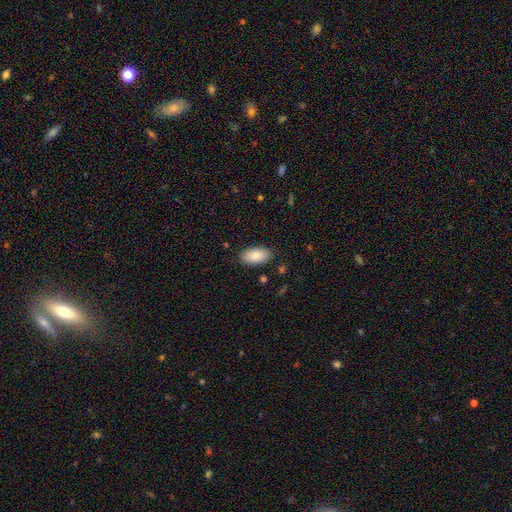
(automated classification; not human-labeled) Smooth or featured: smooth — 84% (featured or disk — 9%)
How rounded: in between — 95% (round — 3%)
Merging: none — 85% (minor disturbance — 11%)